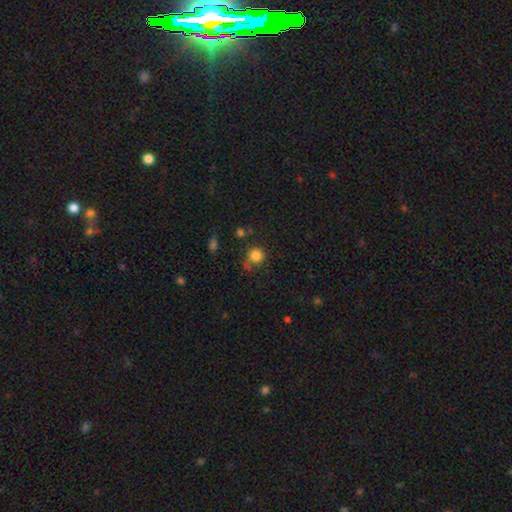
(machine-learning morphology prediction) Smooth or featured?
  - smooth: 82% *
  - star or artifact: 12%
  - featured or disk: 6%
How rounded?
  - round: 88% *
  - in between: 11%
  - cigar-shaped: 1%
Merging?
  - none: 66% *
  - minor disturbance: 18%
  - merger: 9%
  - major disturbance: 7%